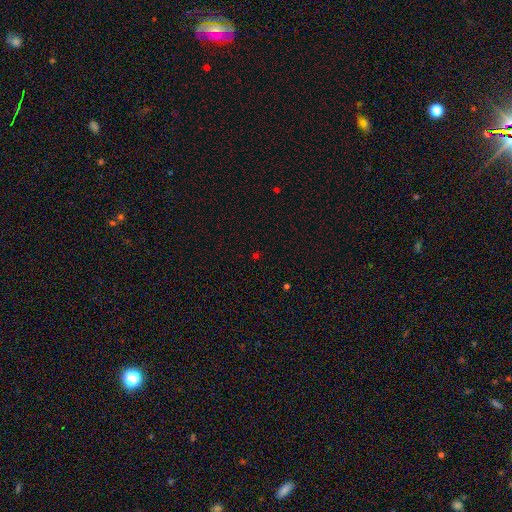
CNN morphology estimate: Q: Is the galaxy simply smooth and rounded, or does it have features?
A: star or artifact — 59%.